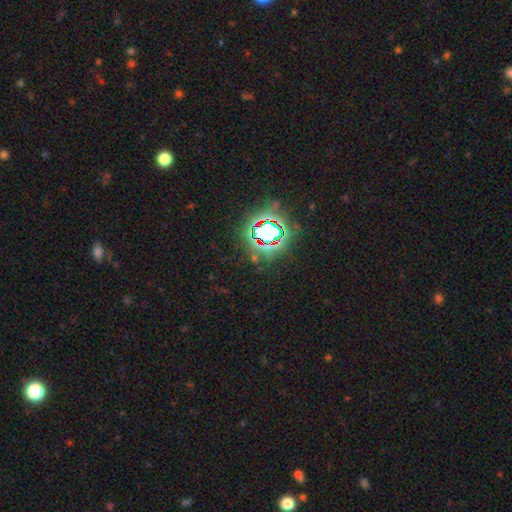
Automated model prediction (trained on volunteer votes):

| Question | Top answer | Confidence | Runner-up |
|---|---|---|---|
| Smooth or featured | star or artifact | 80% | smooth (12%) |